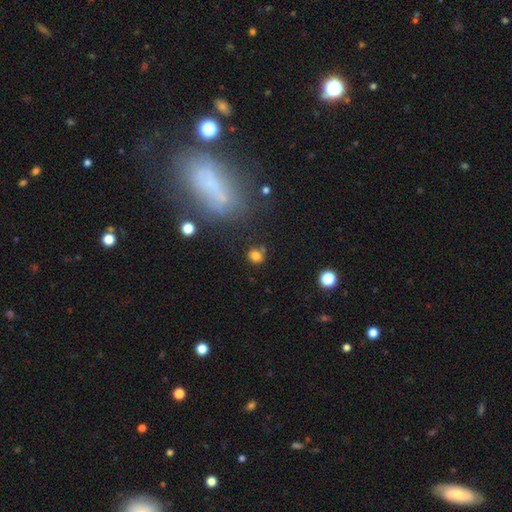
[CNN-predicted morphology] type=smooth (77%); roundness=round (80%); merging=none (72%).